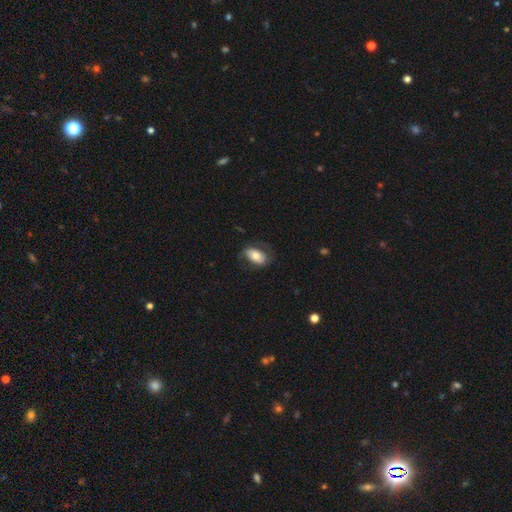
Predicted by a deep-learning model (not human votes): smooth 59%, featured or disk 34%, star or artifact 7%. Down the decision tree: how rounded — in between (90%); merging — none (62%).